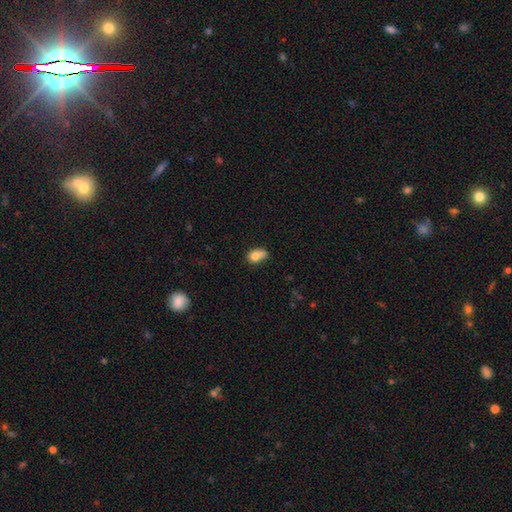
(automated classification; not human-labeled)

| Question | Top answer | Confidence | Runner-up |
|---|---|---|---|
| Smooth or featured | smooth | 77% | featured or disk (13%) |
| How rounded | in between | 72% | round (26%) |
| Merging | none | 38% | minor disturbance (32%) |